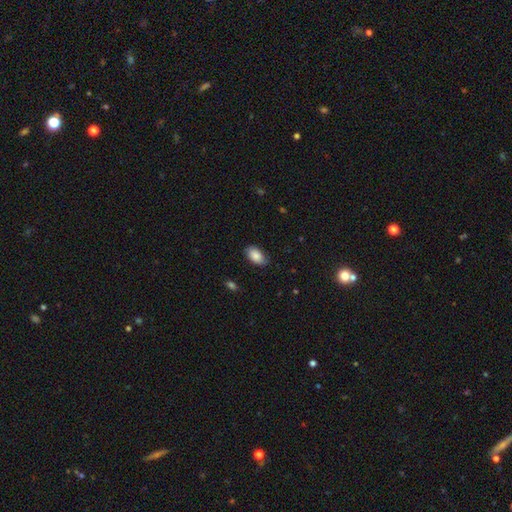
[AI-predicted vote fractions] A smooth galaxy with no disk features (86%) that is in between round and cigar-shaped (93%).

Vote fractions:
- Smooth or featured? smooth: 86% / featured or disk: 8% / star or artifact: 7%
- How rounded? in between: 93% / round: 6% / cigar-shaped: 2%
- Merging? none: 80% / minor disturbance: 16% / major disturbance: 3% / merger: 1%